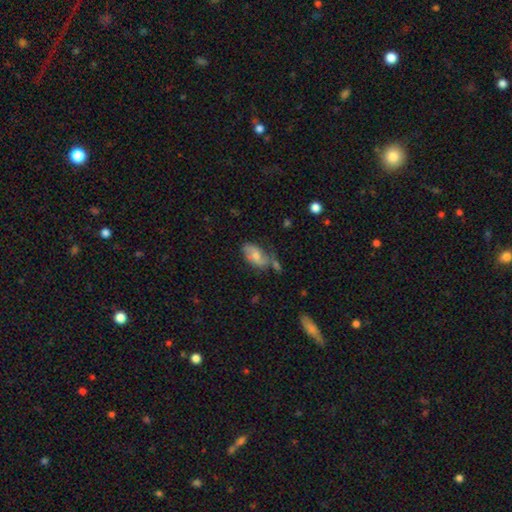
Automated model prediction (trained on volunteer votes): Smooth or featured? featured or disk (48%)
Merging? none (46%)